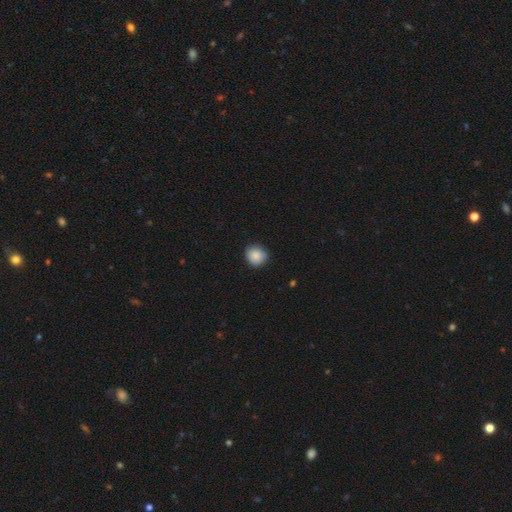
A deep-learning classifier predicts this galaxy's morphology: A smooth galaxy with no disk features (88%) that is round (84%).

Vote fractions:
- Smooth or featured? smooth: 88% / star or artifact: 8% / featured or disk: 5%
- How rounded? round: 84% / in between: 15% / cigar-shaped: 1%
- Merging? none: 81% / minor disturbance: 15% / major disturbance: 2% / merger: 1%